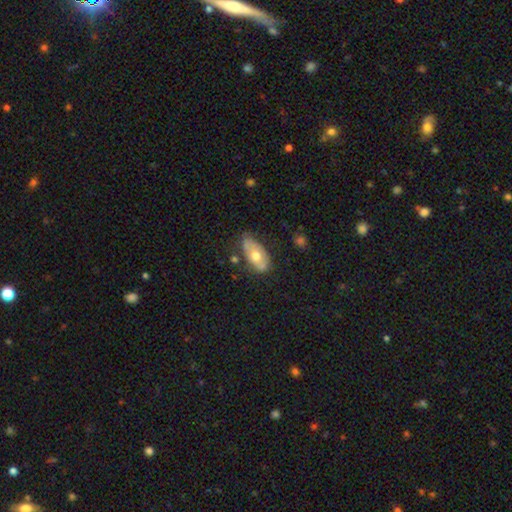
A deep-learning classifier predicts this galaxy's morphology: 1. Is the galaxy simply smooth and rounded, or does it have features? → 54% smooth, 39% featured or disk, 6% star or artifact.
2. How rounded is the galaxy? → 91% in between, 5% round, 4% cigar-shaped.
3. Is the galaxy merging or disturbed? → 60% none, 29% minor disturbance, 7% major disturbance, 4% merger.